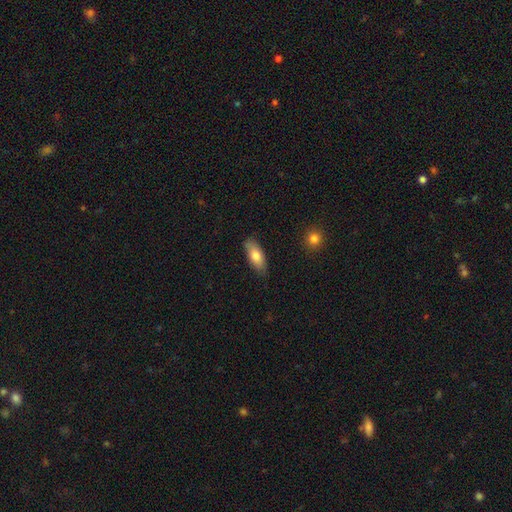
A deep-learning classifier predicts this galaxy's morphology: Q: Smooth or featured?
A: smooth (77%); runner-up: featured or disk (17%)
Q: How rounded?
A: in between (80%); runner-up: cigar-shaped (17%)
Q: Merging?
A: none (82%); runner-up: minor disturbance (14%)